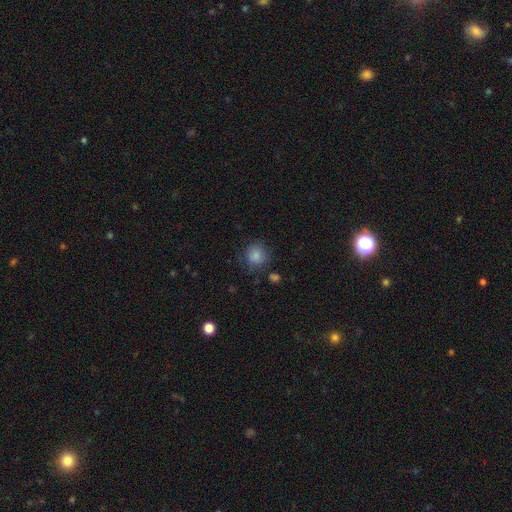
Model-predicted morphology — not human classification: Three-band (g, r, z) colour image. It shows a smooth galaxy with no disk features (84%) that is round (87%). Merging: none (77%).